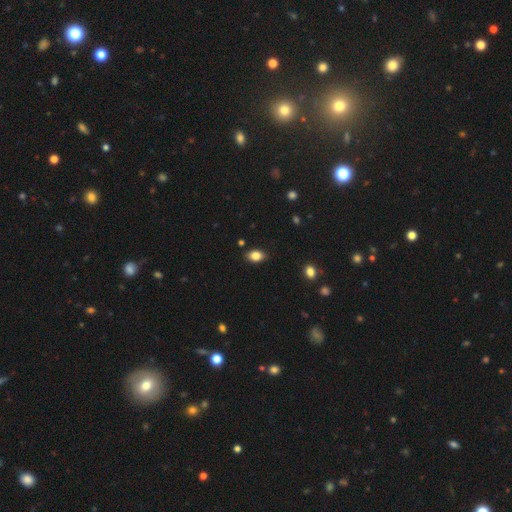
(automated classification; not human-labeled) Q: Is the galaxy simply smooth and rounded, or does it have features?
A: smooth — 84%.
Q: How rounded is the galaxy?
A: in between — 83%.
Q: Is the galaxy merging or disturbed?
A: none — 85%.